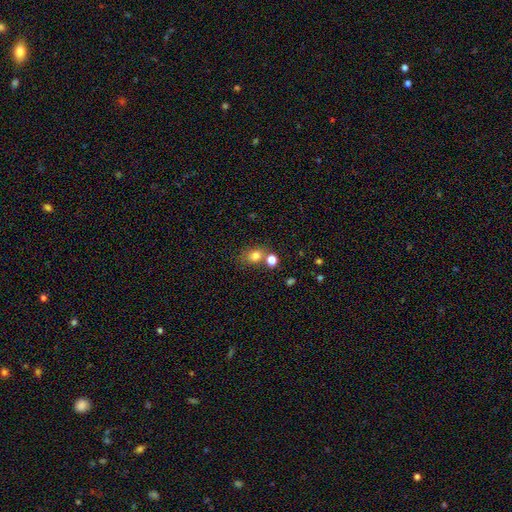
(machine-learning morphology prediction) A smooth galaxy with no disk features (79%) that is round (52%).

Vote fractions:
- Smooth or featured? smooth: 79% / star or artifact: 13% / featured or disk: 8%
- How rounded? round: 52% / in between: 47% / cigar-shaped: 1%
- Merging? none: 57% / merger: 25% / minor disturbance: 13% / major disturbance: 5%